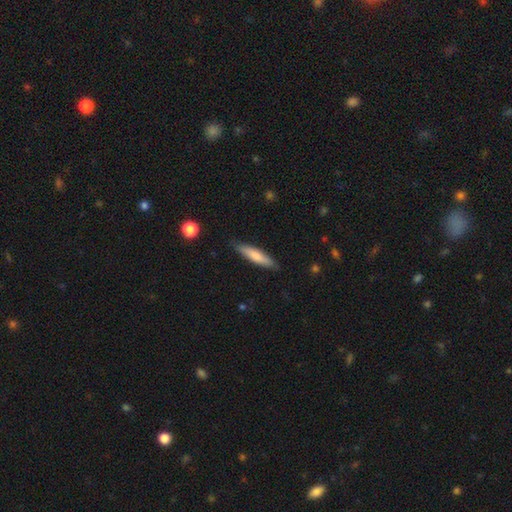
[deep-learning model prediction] Morphology: type=smooth (73%); roundness=cigar-shaped (80%); merging=none (85%).